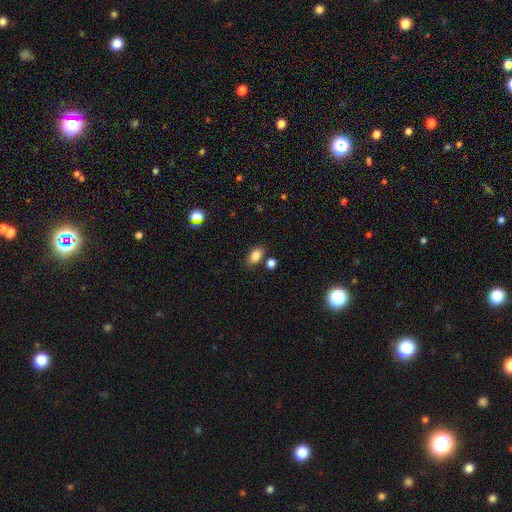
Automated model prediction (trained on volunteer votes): Overall: smooth (85%). How rounded: in between (87%). Merging: none (76%).